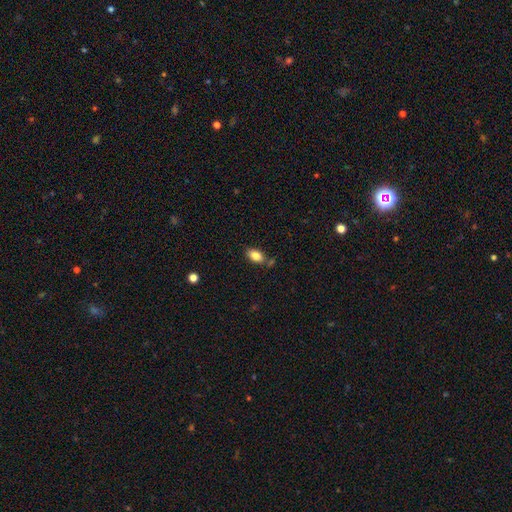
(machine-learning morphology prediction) A smooth galaxy with no disk features (83%) that is in between round and cigar-shaped (90%). Merging: none (72%).